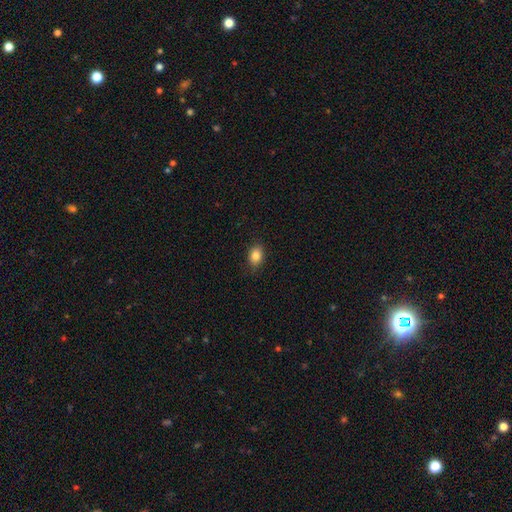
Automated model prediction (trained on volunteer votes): smooth_or_featured: smooth (p=0.85) [alt: star or artifact p=0.09]
how_rounded: in between (p=0.74) [alt: round p=0.24]
merging: none (p=0.85) [alt: minor disturbance p=0.12]